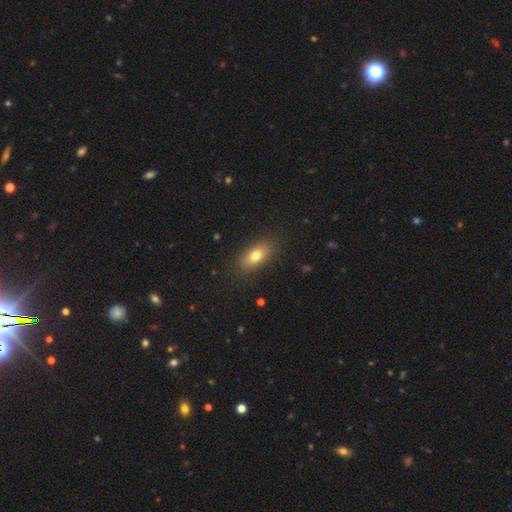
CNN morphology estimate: Smooth or featured? Predicted: smooth (p=0.77). How rounded? Predicted: in between (p=0.84). Merging? Predicted: none (p=0.85).